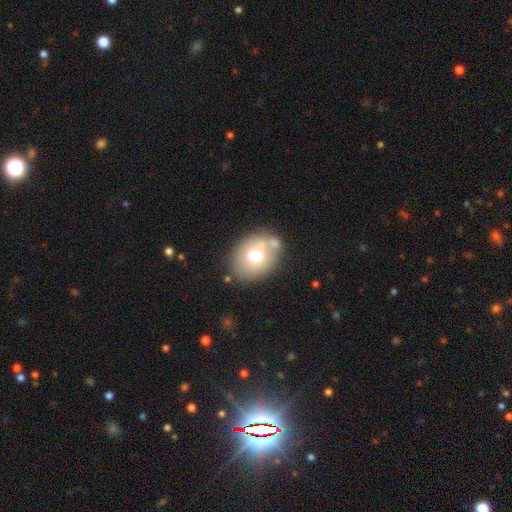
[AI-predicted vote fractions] Smooth or featured?
  - smooth: 65% *
  - featured or disk: 25%
  - star or artifact: 10%
How rounded?
  - in between: 60% *
  - round: 40%
  - cigar-shaped: 1%
Merging?
  - none: 69% *
  - minor disturbance: 15%
  - merger: 10%
  - major disturbance: 5%